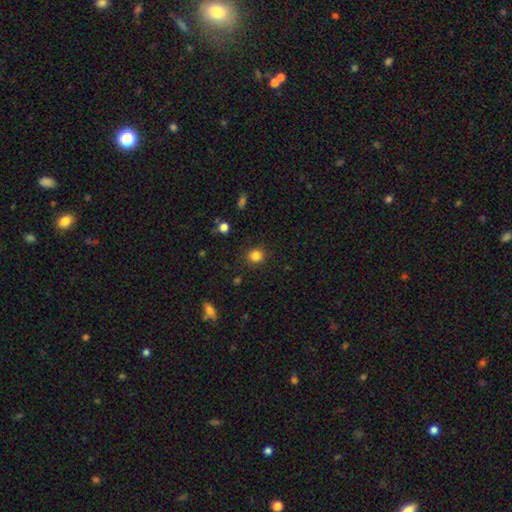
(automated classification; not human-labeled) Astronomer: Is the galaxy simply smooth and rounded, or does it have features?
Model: smooth — 83%.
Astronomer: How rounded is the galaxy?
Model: round — 84%.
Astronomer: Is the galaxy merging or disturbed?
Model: none — 88%.